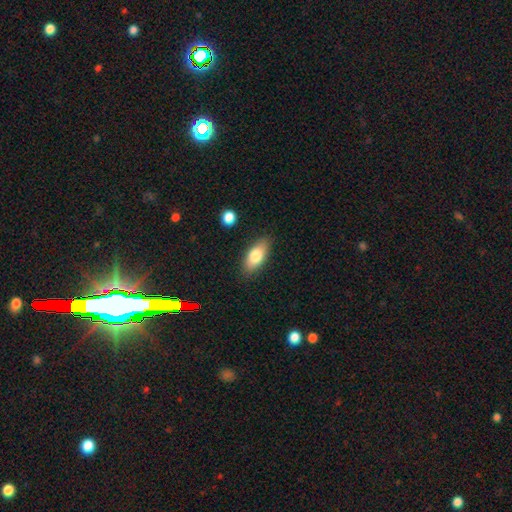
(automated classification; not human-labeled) The model was most divided on "smooth or featured": smooth: 78%, featured or disk: 15%, star or artifact: 7%. More confident: merging — none (85%); how rounded — in between (84%).